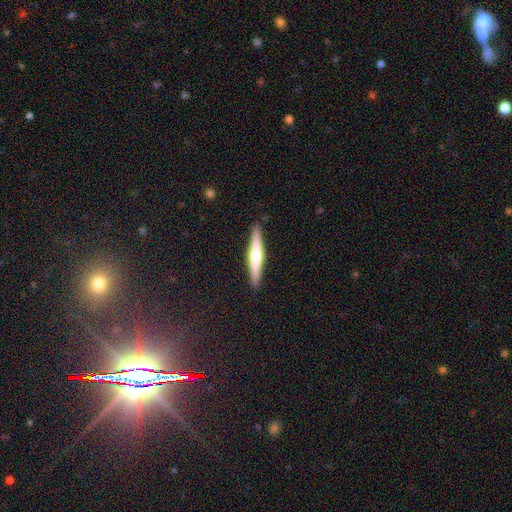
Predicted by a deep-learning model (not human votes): Morphology: type=featured or disk (57%); edge-on=yes (97%); edge-on bulge=rounded (82%); merging=none (90%).